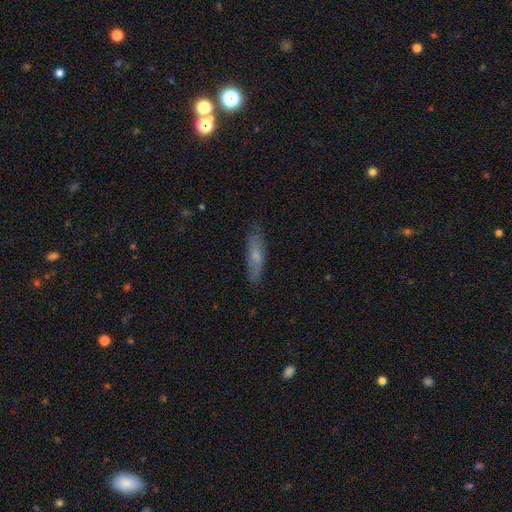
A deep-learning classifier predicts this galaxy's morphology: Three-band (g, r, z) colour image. It shows a smooth galaxy with no disk features (62%) that is cigar-shaped (68%). Merging: none (79%).